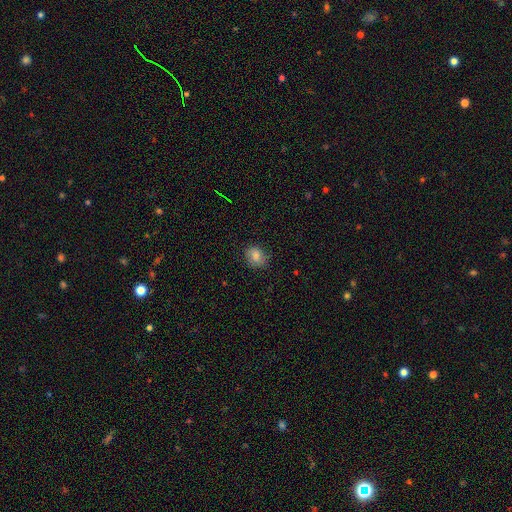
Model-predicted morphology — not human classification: The model was most divided on "how rounded": round: 62%, in between: 37%, cigar-shaped: 1%. More confident: smooth or featured — smooth (74%); merging — none (71%).